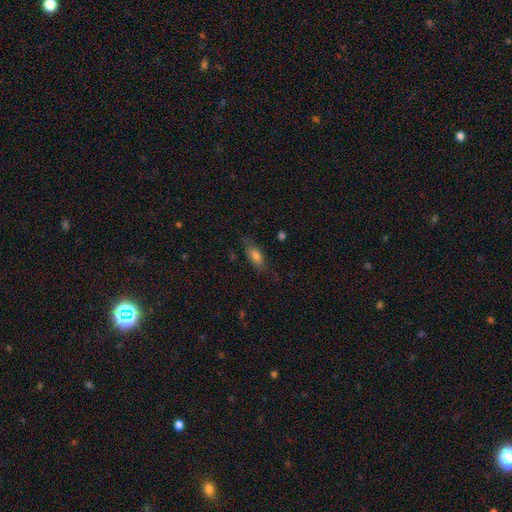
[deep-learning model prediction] Overall: smooth (72%). How rounded: in between (74%). Merging: none (71%).